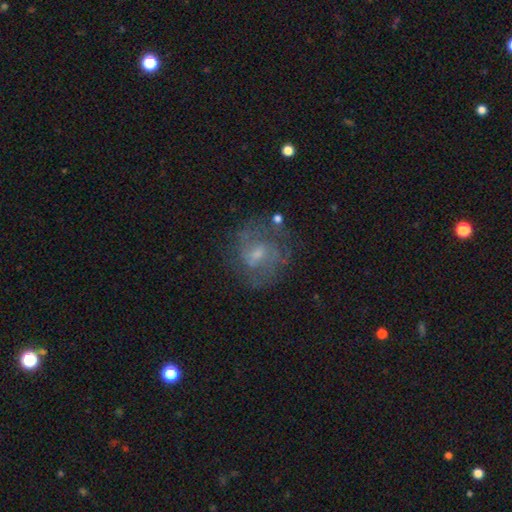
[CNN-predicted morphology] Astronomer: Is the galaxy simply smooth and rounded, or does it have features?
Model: featured or disk — 68%.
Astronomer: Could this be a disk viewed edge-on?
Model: no — 97%.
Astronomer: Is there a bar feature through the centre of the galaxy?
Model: weak — 52% (runner-up: no, 37%).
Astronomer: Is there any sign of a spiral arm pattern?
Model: yes — 83%.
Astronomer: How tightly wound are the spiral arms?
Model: medium — 48% (runner-up: tight, 33%).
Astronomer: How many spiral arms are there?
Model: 2 — 55%.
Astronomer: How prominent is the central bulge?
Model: small — 56% (runner-up: moderate, 33%).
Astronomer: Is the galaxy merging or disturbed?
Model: none — 70%.